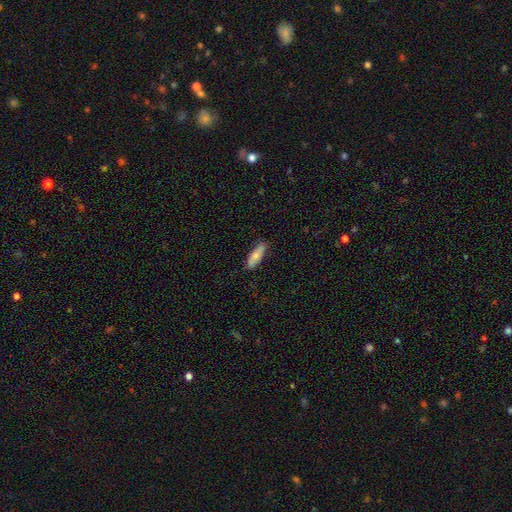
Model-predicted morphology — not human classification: This is likely a smooth galaxy (69%). How rounded: possibly in between (53%). Merging: clearly none (83%).